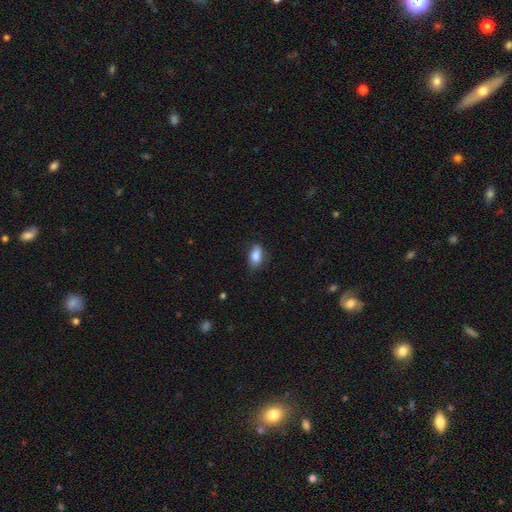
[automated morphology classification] A smooth galaxy with no disk features (83%) that is in between round and cigar-shaped (88%). Merging: none (71%).